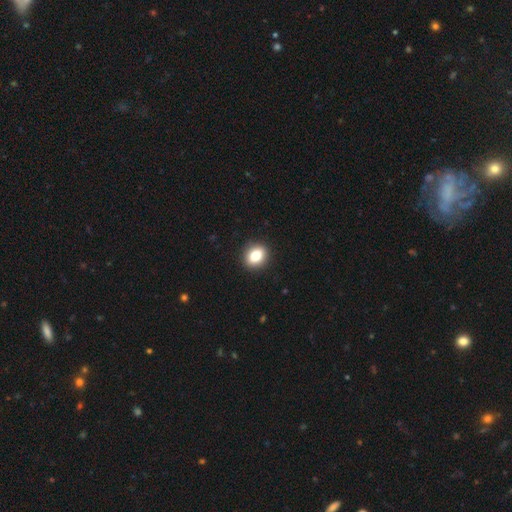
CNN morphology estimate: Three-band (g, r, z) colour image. It shows a smooth galaxy with no disk features (81%) that is round (54%). Merging: none (91%).